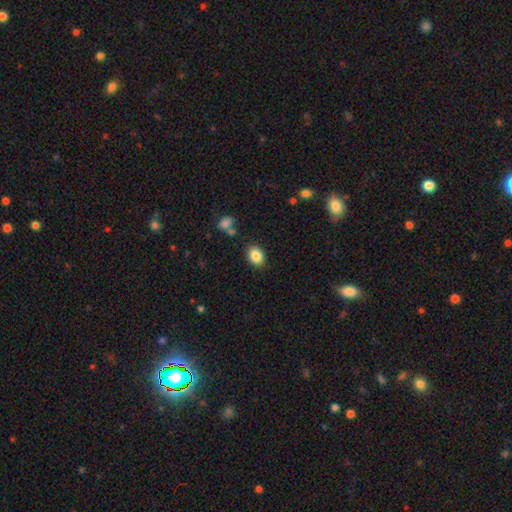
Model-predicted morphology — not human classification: A smooth galaxy with no disk features (86%) that is in between round and cigar-shaped (62%). Merging: none (85%).